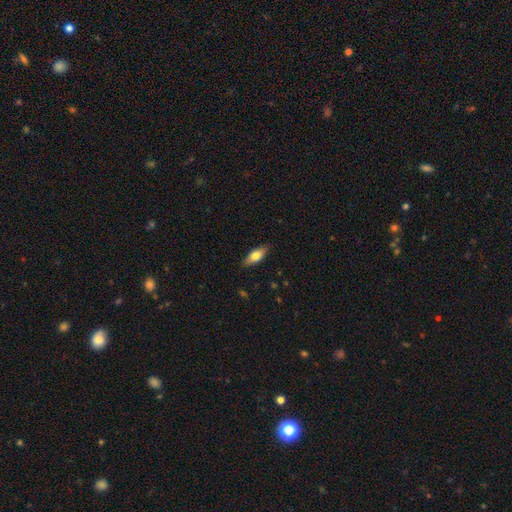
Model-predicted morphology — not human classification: A smooth galaxy with no disk features (72%) that is in between round and cigar-shaped (76%).

Vote fractions:
- Smooth or featured? smooth: 72% / featured or disk: 22% / star or artifact: 6%
- How rounded? in between: 76% / cigar-shaped: 22% / round: 3%
- Merging? none: 86% / minor disturbance: 11% / major disturbance: 2% / merger: 1%